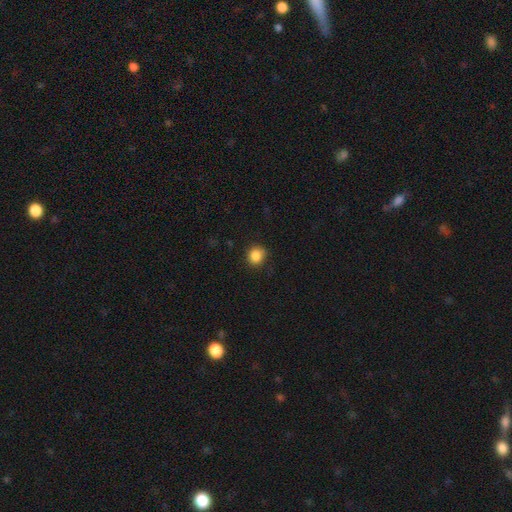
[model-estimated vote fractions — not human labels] Smooth or featured? smooth (86%)
How rounded? round (85%)
Merging? none (82%)